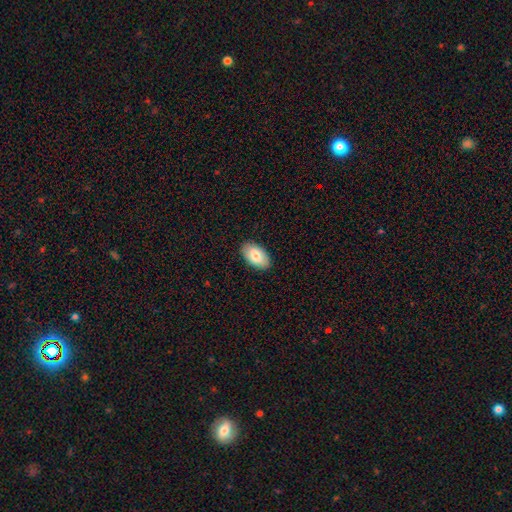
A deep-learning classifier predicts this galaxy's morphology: type=smooth (80%); roundness=in between (95%); merging=none (89%).